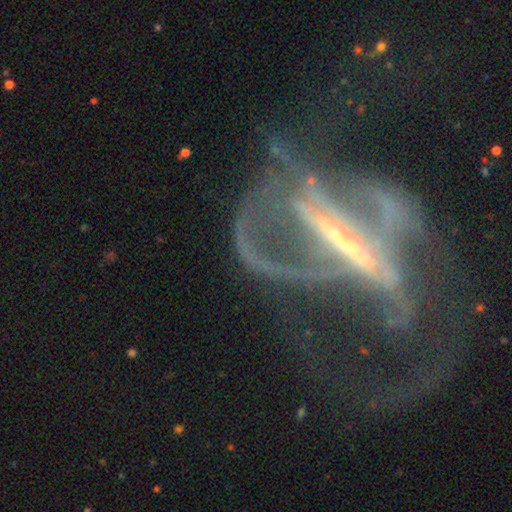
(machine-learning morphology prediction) This appears to be a featured or disk galaxy (82%) with a strong bar (70%), spiral arms (65%) and a small central bulge (46%). Merging: major disturbance (53%).